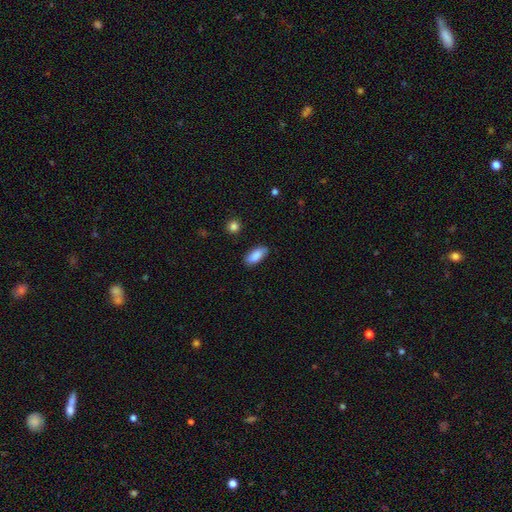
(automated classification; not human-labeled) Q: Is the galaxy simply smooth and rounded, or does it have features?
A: smooth — 86%.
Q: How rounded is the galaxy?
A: in between — 86%.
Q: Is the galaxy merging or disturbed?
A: none — 83%.